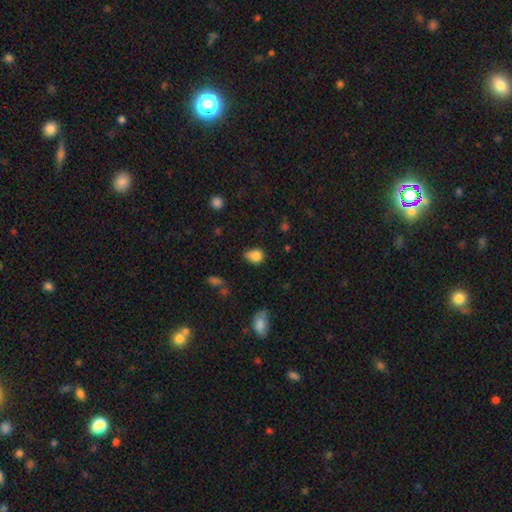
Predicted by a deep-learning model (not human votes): smooth 83%, star or artifact 11%, featured or disk 6%. Down the decision tree: how rounded — in between (50%); merging — none (44%).